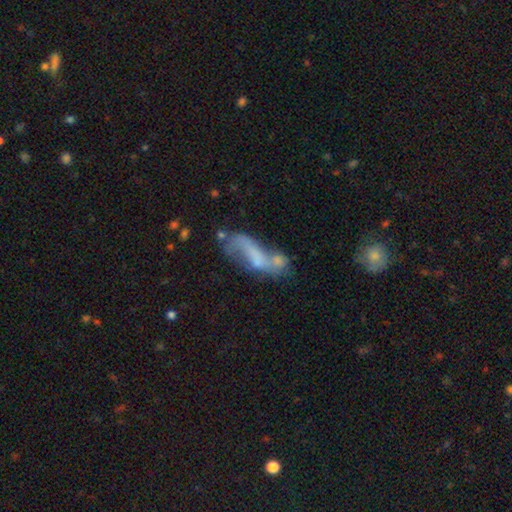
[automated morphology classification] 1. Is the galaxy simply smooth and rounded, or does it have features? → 50% featured or disk, 39% smooth, 11% star or artifact.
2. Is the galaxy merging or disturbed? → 35% merger, 26% none, 22% major disturbance, 18% minor disturbance.